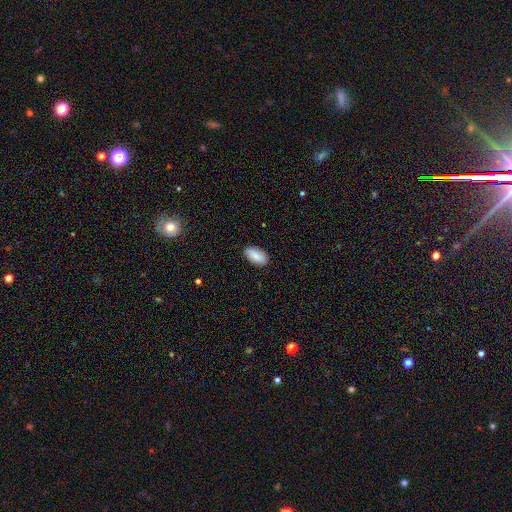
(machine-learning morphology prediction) type=smooth (82%); roundness=in between (94%); merging=none (85%).